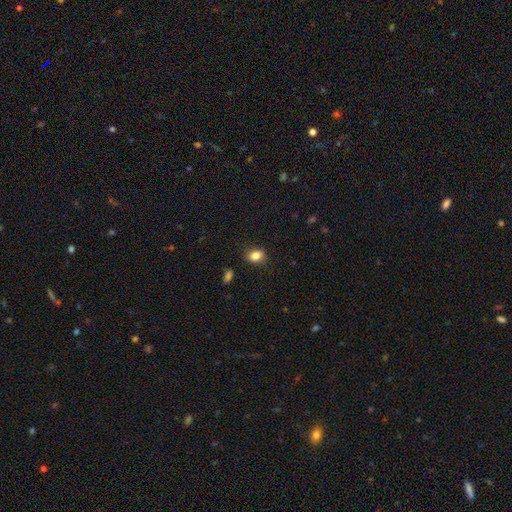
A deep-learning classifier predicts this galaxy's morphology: smooth 84%, star or artifact 10%, featured or disk 6%. Down the decision tree: how rounded — in between (56%); merging — none (84%).